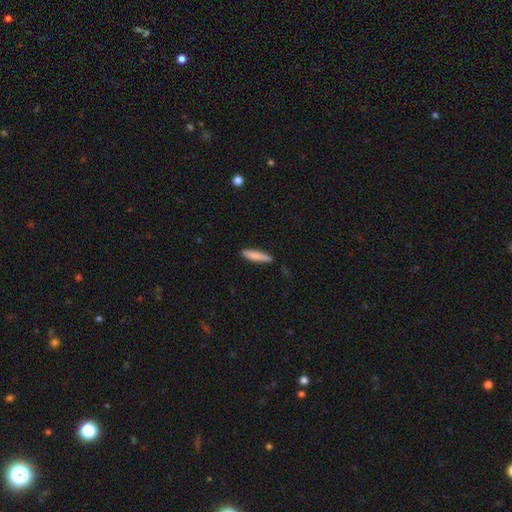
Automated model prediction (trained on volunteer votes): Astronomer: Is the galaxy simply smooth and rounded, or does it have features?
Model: smooth — 83%.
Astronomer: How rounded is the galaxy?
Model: cigar-shaped — 82%.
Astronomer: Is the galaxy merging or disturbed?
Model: none — 81%.